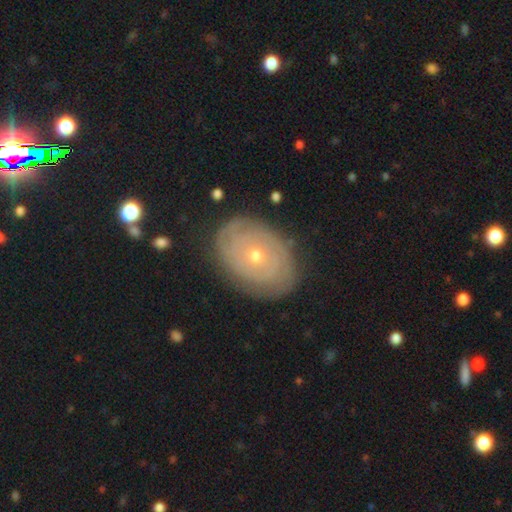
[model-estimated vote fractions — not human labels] featured or disk 74%, smooth 19%, star or artifact 7%. Down the decision tree: edge-on disk — no (96%); bar — no (86%); spiral arms — yes (80%); spiral arm count — can't tell (49%); spiral winding — tight (82%); bulge size — small (62%); merging — none (81%).